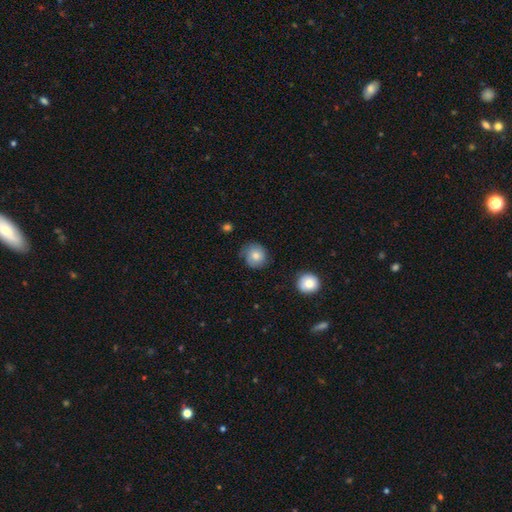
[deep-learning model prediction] Morphology: type=smooth (72%); roundness=round (88%); merging=none (67%).